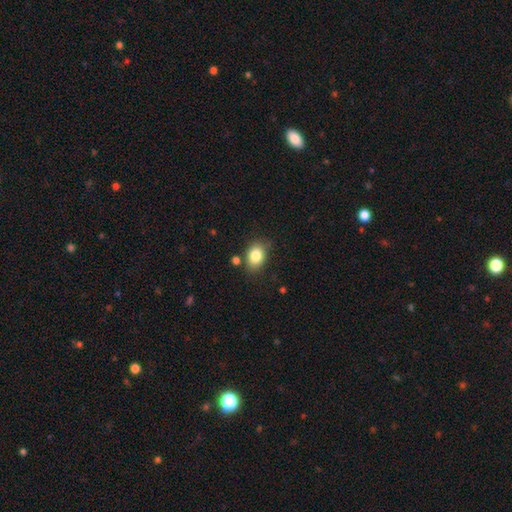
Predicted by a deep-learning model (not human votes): Smooth or featured? Predicted: smooth (p=0.82). How rounded? Predicted: in between (p=0.71). Merging? Predicted: none (p=0.75).